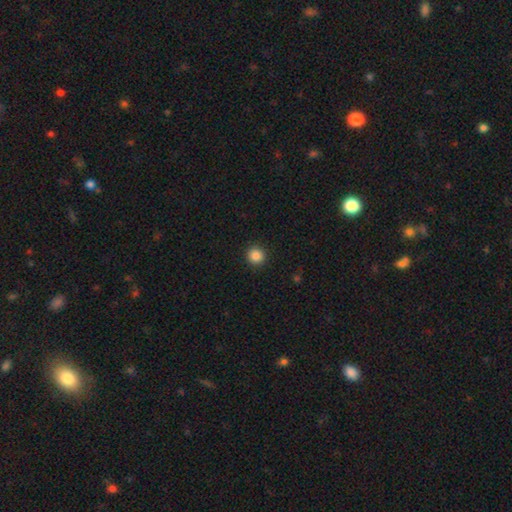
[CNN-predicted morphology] smooth 86%, star or artifact 10%, featured or disk 4%. Down the decision tree: how rounded — round (94%); merging — none (92%).